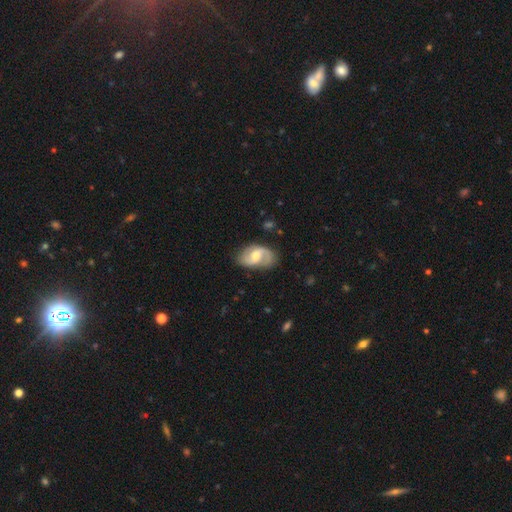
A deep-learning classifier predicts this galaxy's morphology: Overall: featured or disk (76%). Edge-on disk: no (97%). Bar: weak (48%; no 42%). Spiral arms: yes (93%). Spiral arm count: 2 (82%). Spiral winding: medium (45%; loose 36%). Bulge size: moderate (62%; small 30%). Merging: none (72%).